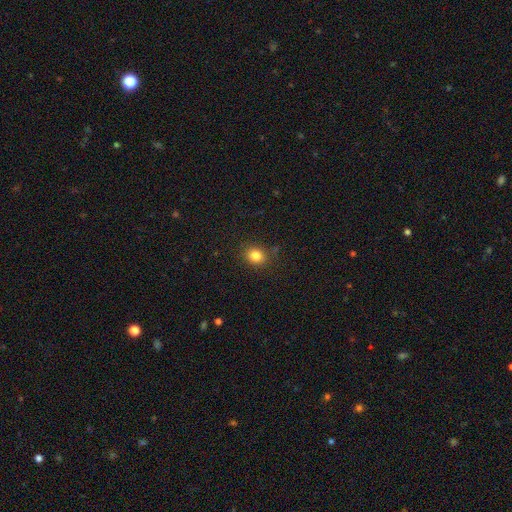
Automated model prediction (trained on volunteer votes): A smooth galaxy with no disk features (82%) that is round (68%).

Vote fractions:
- Smooth or featured? smooth: 82% / star or artifact: 12% / featured or disk: 6%
- How rounded? round: 68% / in between: 31% / cigar-shaped: 1%
- Merging? none: 85% / minor disturbance: 10% / major disturbance: 3% / merger: 2%